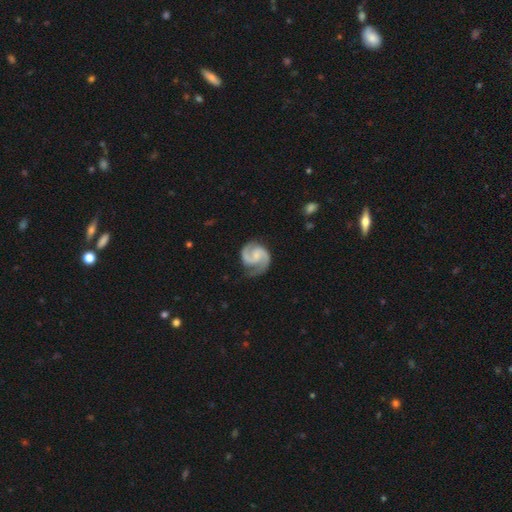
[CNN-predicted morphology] Smooth or featured: featured or disk — 91% (smooth — 5%)
Edge-on disk: no — 98% (yes — 2%)
Bar: no — 45% (weak — 44%)
Spiral arms: yes — 98% (no — 2%)
Spiral winding: medium — 59% (tight — 27%)
Spiral arm count: 2 — 94% (can't tell — 2%)
Bulge size: none — 41% (small — 36%)
Merging: none — 77% (minor disturbance — 16%)